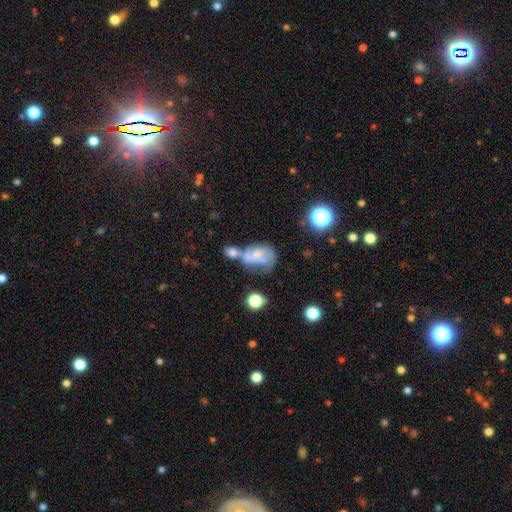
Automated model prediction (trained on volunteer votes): Q: Smooth or featured?
A: featured or disk (44%); runner-up: smooth (41%)
Q: Merging?
A: merger (44%); runner-up: major disturbance (24%)